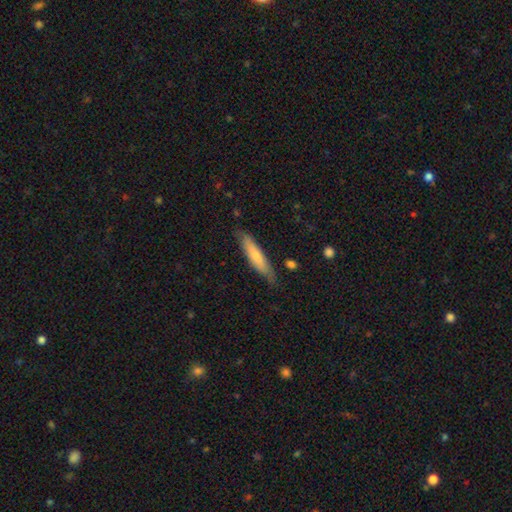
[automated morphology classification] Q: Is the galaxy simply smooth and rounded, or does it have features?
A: smooth — 66%.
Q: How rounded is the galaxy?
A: cigar-shaped — 81%.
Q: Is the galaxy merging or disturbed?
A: none — 76%.